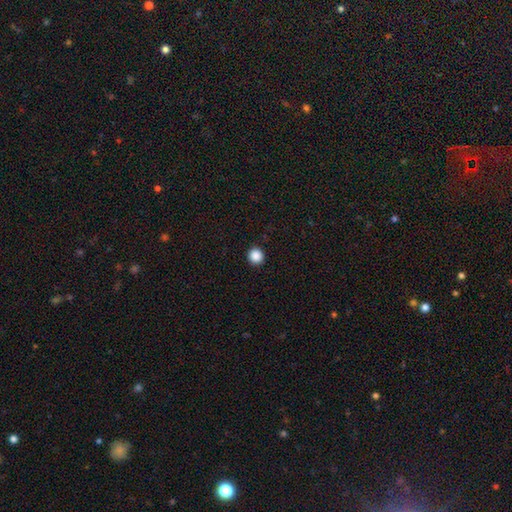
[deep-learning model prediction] smooth_or_featured: smooth (p=0.88) [alt: star or artifact p=0.10]
how_rounded: round (p=0.95) [alt: in between p=0.04]
merging: none (p=0.93) [alt: minor disturbance p=0.04]